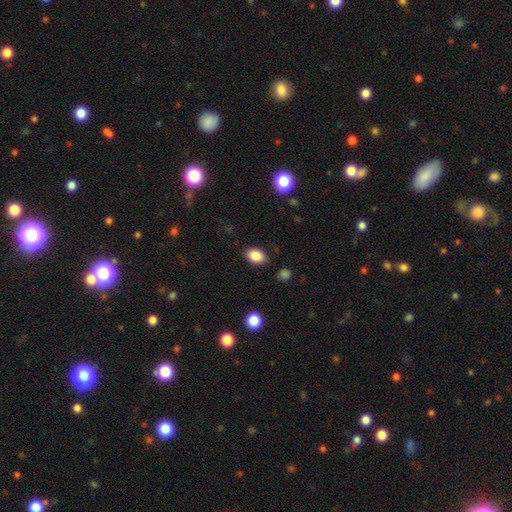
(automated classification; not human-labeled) A smooth galaxy with no disk features (86%) that is in between round and cigar-shaped (75%).

Vote fractions:
- Smooth or featured? smooth: 86% / star or artifact: 9% / featured or disk: 5%
- How rounded? in between: 75% / round: 24% / cigar-shaped: 1%
- Merging? none: 84% / minor disturbance: 12% / major disturbance: 3% / merger: 2%